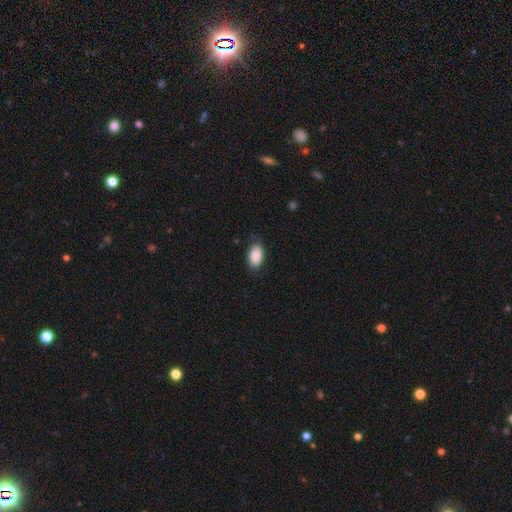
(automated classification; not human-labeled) The model was most divided on "merging": none: 77%, minor disturbance: 18%, major disturbance: 4%, merger: 1%. More confident: how rounded — in between (93%); smooth or featured — smooth (88%).